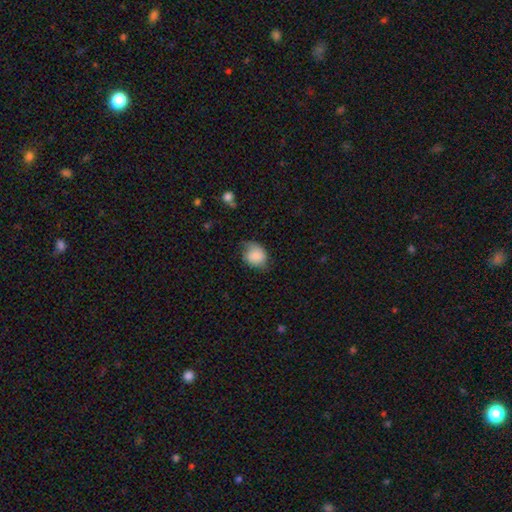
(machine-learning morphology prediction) Smooth or featured? smooth (77%)
How rounded? in between (52%)
Merging? none (52%)